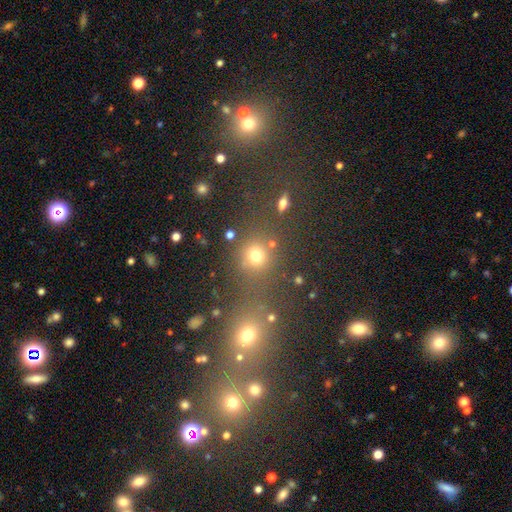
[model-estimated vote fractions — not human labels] This is likely a smooth galaxy (71%). How rounded: clearly round (84%). Merging: likely none (64%).